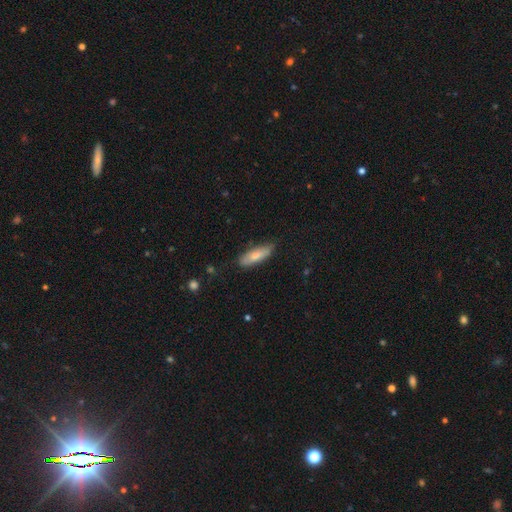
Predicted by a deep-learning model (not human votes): Smooth or featured: smooth — 77% (featured or disk — 17%)
How rounded: in between — 51% (cigar-shaped — 48%)
Merging: none — 76% (minor disturbance — 19%)